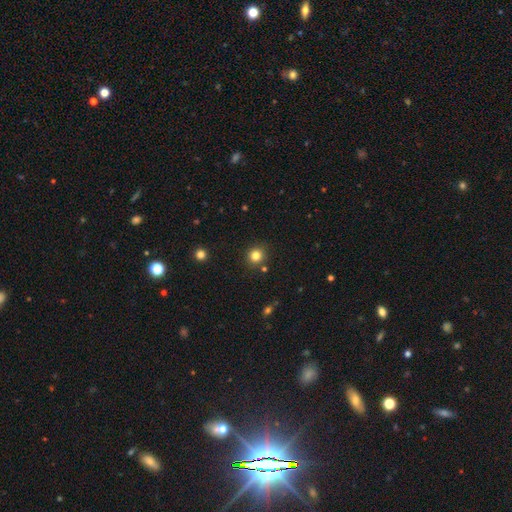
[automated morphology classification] Smooth or featured? smooth (80%)
How rounded? round (92%)
Merging? none (88%)